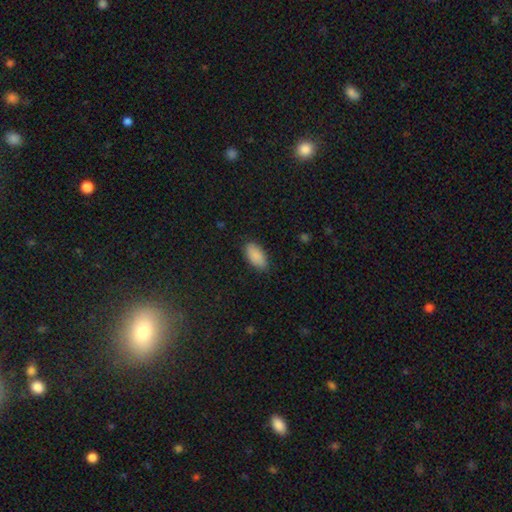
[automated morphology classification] Smooth or featured: smooth — 89% (star or artifact — 7%)
How rounded: in between — 92% (cigar-shaped — 6%)
Merging: none — 85% (minor disturbance — 11%)